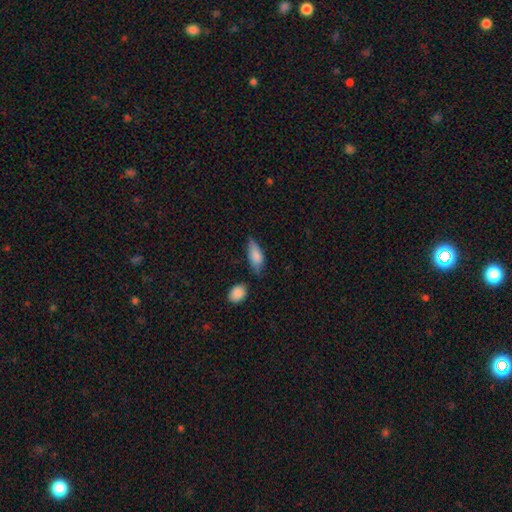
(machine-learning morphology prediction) Smooth or featured?
  - smooth: 79% *
  - featured or disk: 14%
  - star or artifact: 7%
How rounded?
  - in between: 80% *
  - cigar-shaped: 17%
  - round: 3%
Merging?
  - none: 60% *
  - minor disturbance: 28%
  - major disturbance: 7%
  - merger: 5%